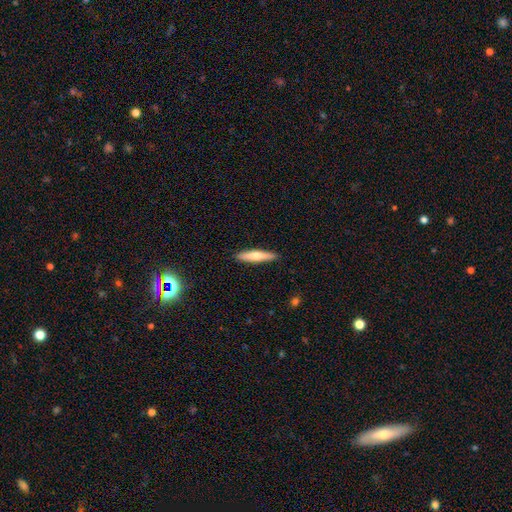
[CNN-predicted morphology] The model was most divided on "smooth or featured": smooth: 61%, featured or disk: 33%, star or artifact: 5%. More confident: merging — none (90%); how rounded — cigar-shaped (88%).